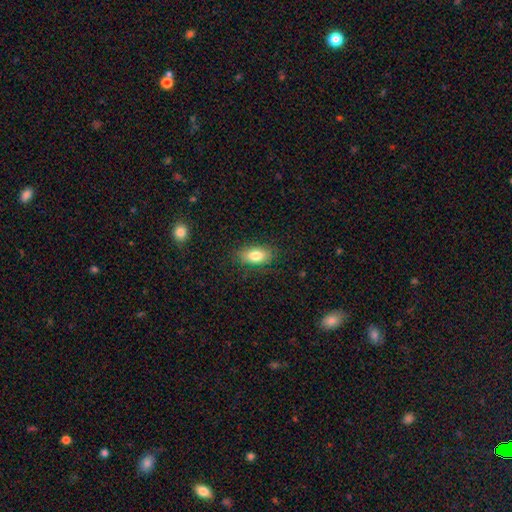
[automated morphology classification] A smooth galaxy with no disk features (81%) that is in between round and cigar-shaped (90%).

Vote fractions:
- Smooth or featured? smooth: 81% / featured or disk: 11% / star or artifact: 8%
- How rounded? in between: 90% / round: 7% / cigar-shaped: 4%
- Merging? none: 84% / minor disturbance: 12% / major disturbance: 3% / merger: 1%